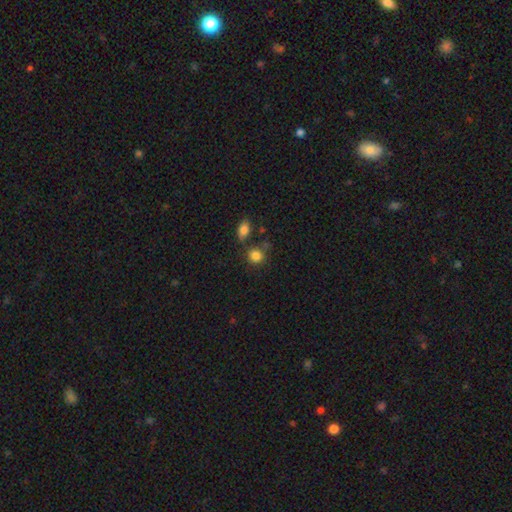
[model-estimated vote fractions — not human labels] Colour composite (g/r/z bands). It shows a smooth galaxy with no disk features (84%) that is round (76%). Merging: none (66%).